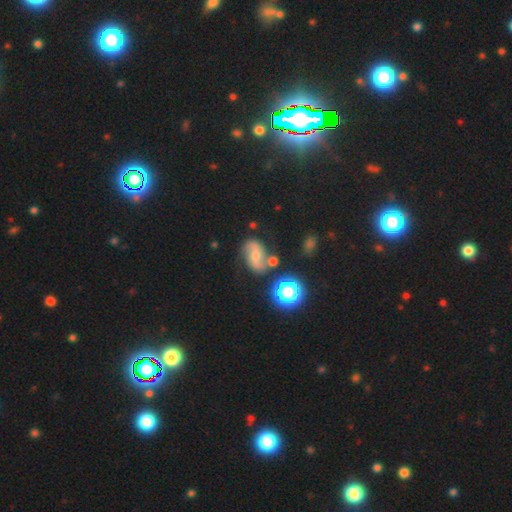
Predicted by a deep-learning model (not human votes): Overall: featured or disk (64%). Edge-on disk: no (97%). Bar: no (47%; weak 39%). Spiral arms: yes (90%). Spiral arm count: 2 (90%). Spiral winding: loose (51%; medium 38%). Bulge size: moderate (50%; small 38%). Merging: none (64%).